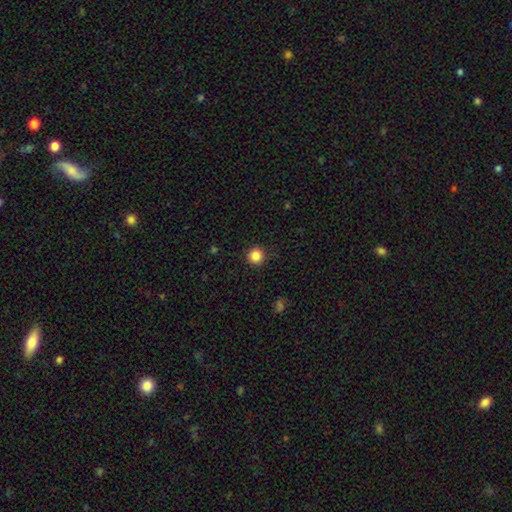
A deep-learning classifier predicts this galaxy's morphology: This is clearly a smooth galaxy (86%). How rounded: clearly round (95%). Merging: clearly none (91%).